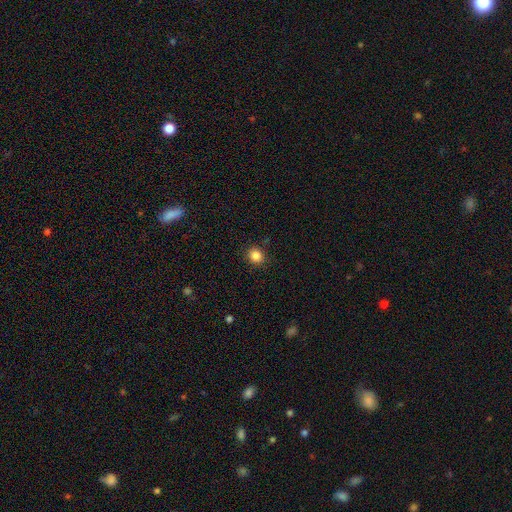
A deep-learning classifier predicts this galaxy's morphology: This is clearly a smooth galaxy (86%). How rounded: clearly round (85%). Merging: clearly none (88%).